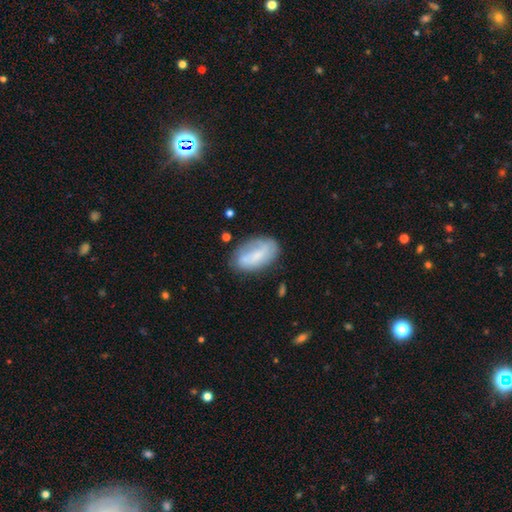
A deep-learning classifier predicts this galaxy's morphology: Overall: smooth (57%; featured or disk 35%). How rounded: in between (92%). Merging: none (62%; minor disturbance 25%).